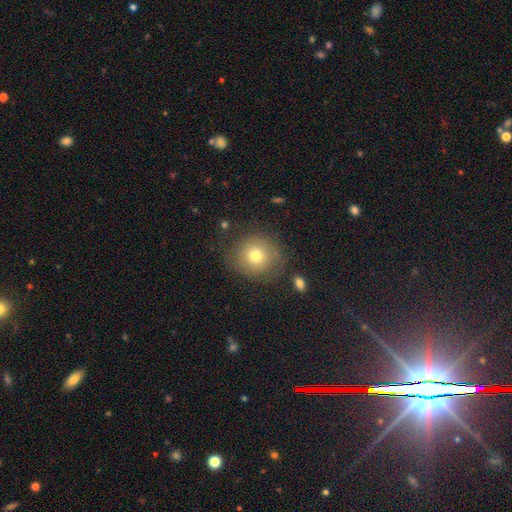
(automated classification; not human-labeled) Smooth or featured?
  - smooth: 74% *
  - featured or disk: 16%
  - star or artifact: 11%
How rounded?
  - round: 85% *
  - in between: 14%
  - cigar-shaped: 1%
Merging?
  - none: 77% *
  - minor disturbance: 15%
  - major disturbance: 6%
  - merger: 3%